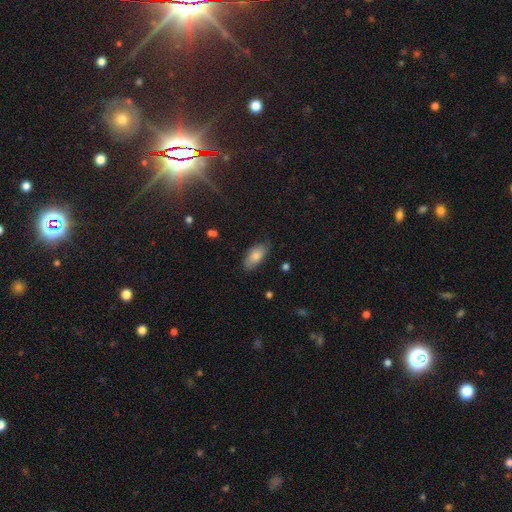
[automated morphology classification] Smooth or featured: smooth — 82% (featured or disk — 11%)
How rounded: in between — 91% (cigar-shaped — 6%)
Merging: none — 78% (minor disturbance — 18%)